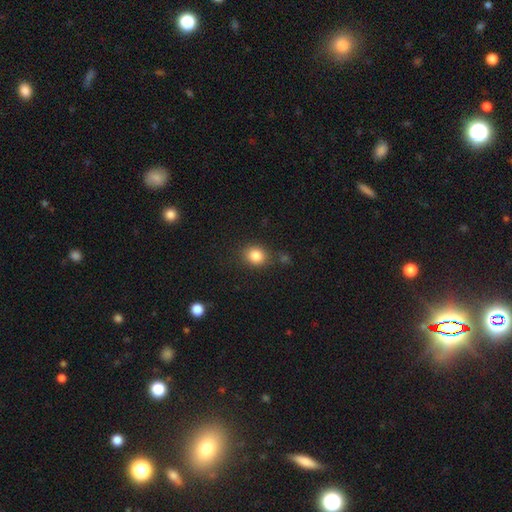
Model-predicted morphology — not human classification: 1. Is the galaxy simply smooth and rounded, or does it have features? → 84% smooth, 10% star or artifact, 6% featured or disk.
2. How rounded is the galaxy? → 67% round, 32% in between, 1% cigar-shaped.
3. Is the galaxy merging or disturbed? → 78% none, 13% minor disturbance, 5% merger, 4% major disturbance.